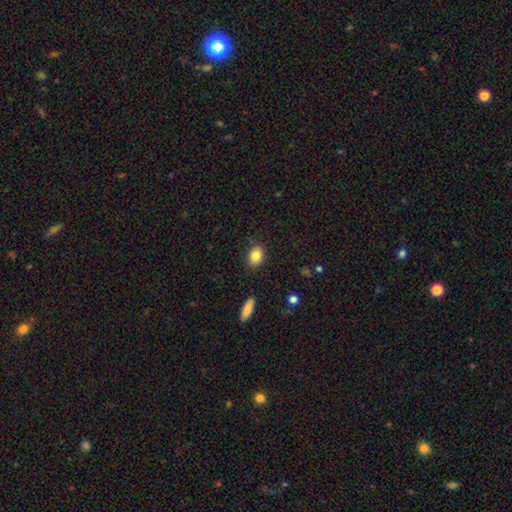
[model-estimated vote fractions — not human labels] smooth_or_featured: smooth (p=0.84) [alt: star or artifact p=0.09]
how_rounded: in between (p=0.59) [alt: round p=0.40]
merging: none (p=0.84) [alt: minor disturbance p=0.11]